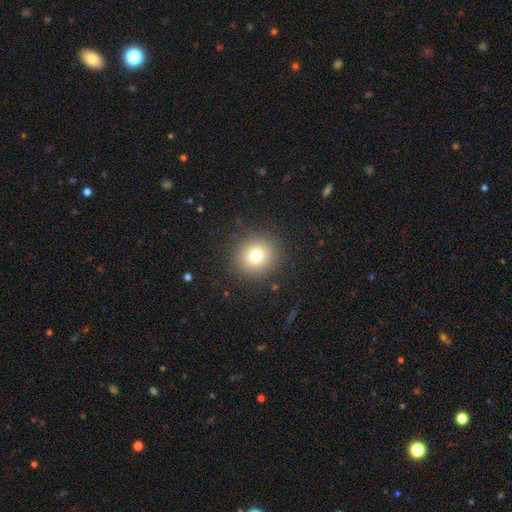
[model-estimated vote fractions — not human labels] This is likely a smooth galaxy (77%). How rounded: clearly round (90%). Merging: clearly none (89%).